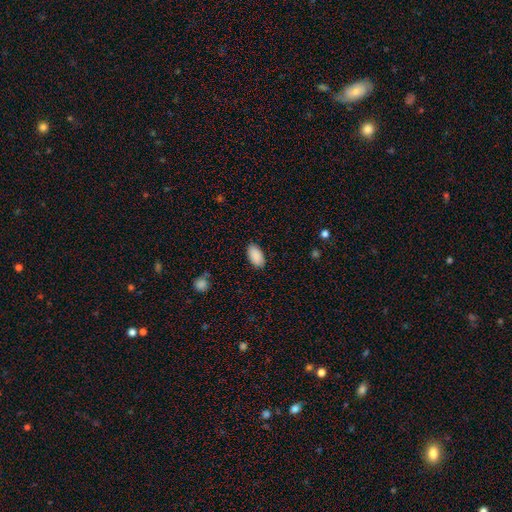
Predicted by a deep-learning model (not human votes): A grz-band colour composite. It shows a smooth galaxy with no disk features (91%) that is in between round and cigar-shaped (95%). Merging: none (88%).